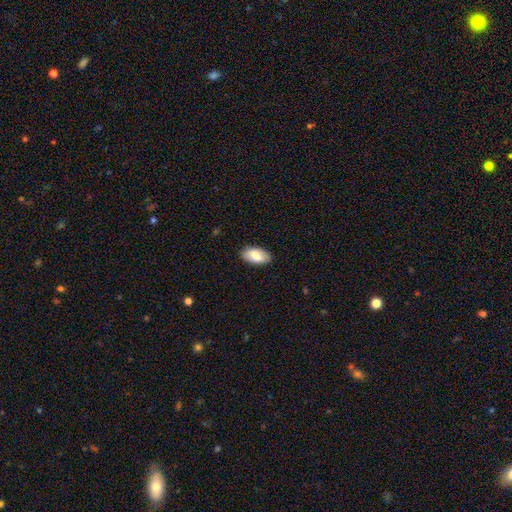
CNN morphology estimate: Q: Smooth or featured?
A: smooth (83%); runner-up: featured or disk (11%)
Q: How rounded?
A: in between (95%); runner-up: cigar-shaped (3%)
Q: Merging?
A: none (86%); runner-up: minor disturbance (11%)